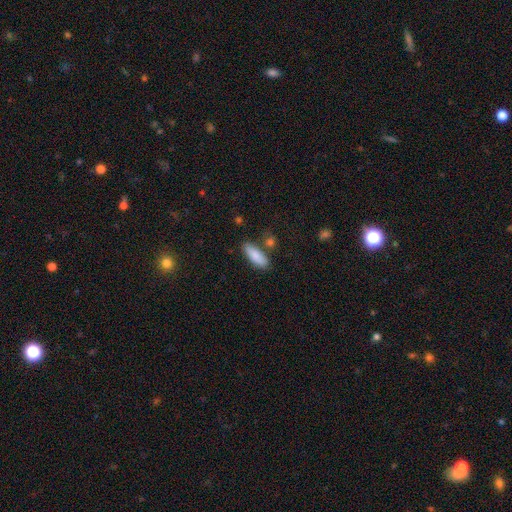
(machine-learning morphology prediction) Overall: smooth (84%). How rounded: in between (63%; cigar-shaped 35%). Merging: none (77%).